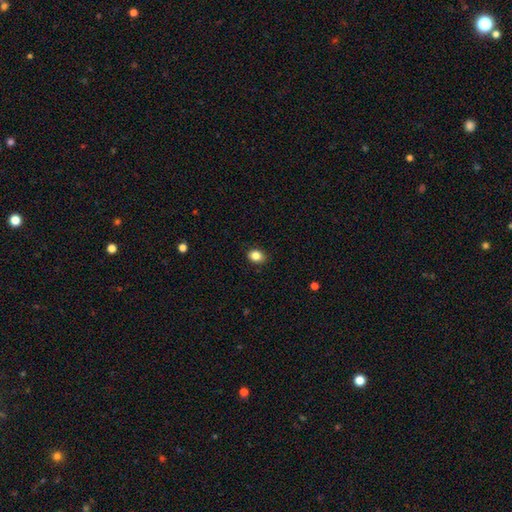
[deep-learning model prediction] Smooth or featured?
  - smooth: 85% *
  - star or artifact: 9%
  - featured or disk: 5%
How rounded?
  - in between: 59% *
  - round: 40%
  - cigar-shaped: 1%
Merging?
  - none: 88% *
  - minor disturbance: 9%
  - major disturbance: 2%
  - merger: 1%